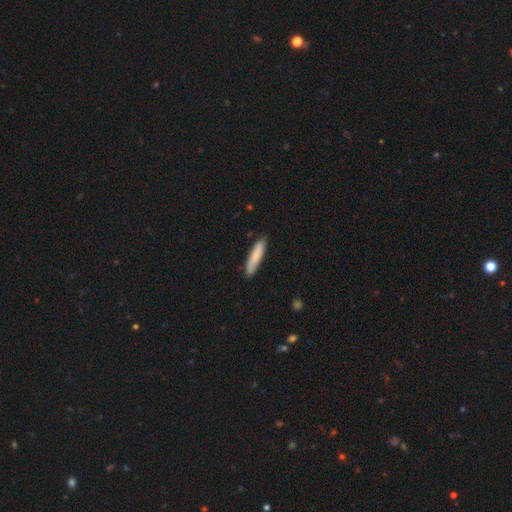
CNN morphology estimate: Smooth or featured? Predicted: smooth (p=0.81). How rounded? Predicted: cigar-shaped (p=0.81). Merging? Predicted: none (p=0.85).